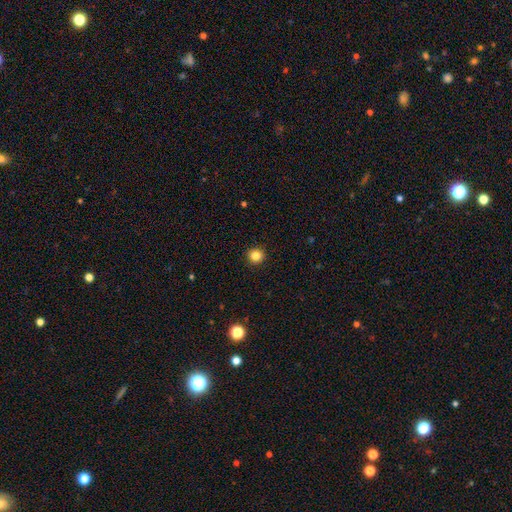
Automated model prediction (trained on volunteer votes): smooth 83%, star or artifact 12%, featured or disk 5%. Down the decision tree: how rounded — round (94%); merging — none (93%).